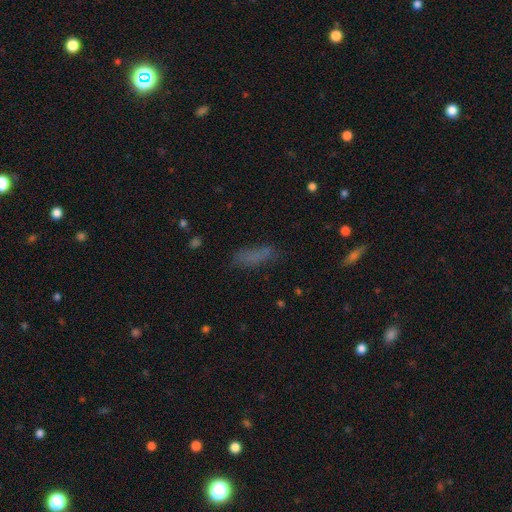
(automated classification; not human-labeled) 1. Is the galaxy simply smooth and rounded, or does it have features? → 74% smooth, 15% star or artifact, 11% featured or disk.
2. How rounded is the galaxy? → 49% in between, 48% cigar-shaped, 3% round.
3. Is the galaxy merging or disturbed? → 68% none, 20% minor disturbance, 9% major disturbance, 3% merger.